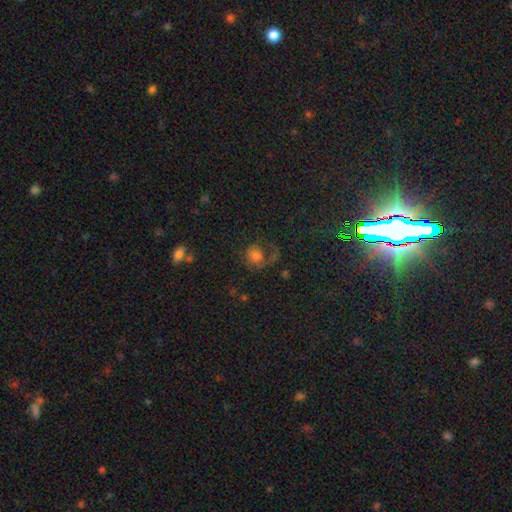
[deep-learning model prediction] Q: Smooth or featured?
A: smooth (49%); runner-up: featured or disk (36%)
Q: Merging?
A: none (39%); runner-up: major disturbance (38%)